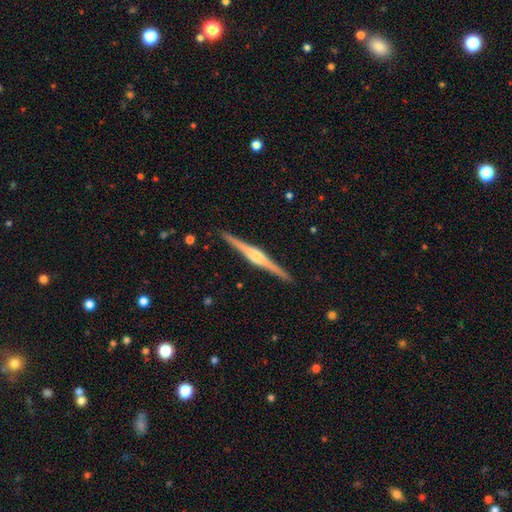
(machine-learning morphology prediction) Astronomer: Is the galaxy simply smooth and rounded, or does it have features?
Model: featured or disk — 86%.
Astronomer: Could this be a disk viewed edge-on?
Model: yes — 99%.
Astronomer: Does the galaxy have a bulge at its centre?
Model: rounded — 79%.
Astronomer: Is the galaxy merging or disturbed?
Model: none — 92%.